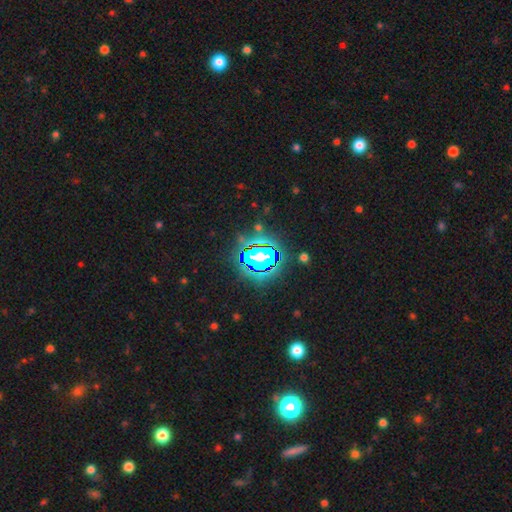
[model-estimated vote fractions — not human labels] A star or artifact, not a galaxy (83%).

Vote fractions:
- Smooth or featured? star or artifact: 83% / smooth: 10% / featured or disk: 7%